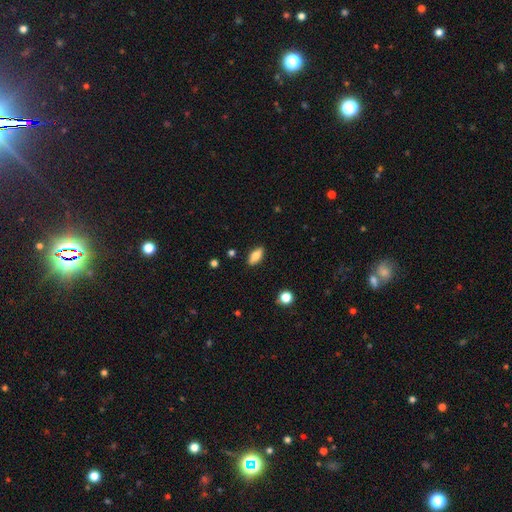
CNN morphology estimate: Smooth or featured: smooth — 74% (featured or disk — 19%)
How rounded: in between — 81% (cigar-shaped — 16%)
Merging: none — 88% (minor disturbance — 9%)